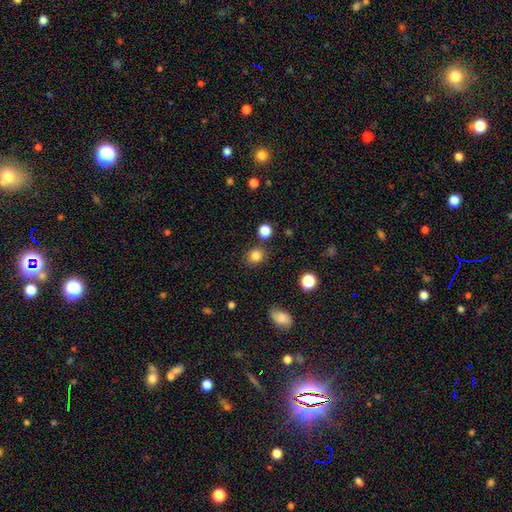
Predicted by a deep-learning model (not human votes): smooth 83%, star or artifact 12%, featured or disk 5%. Down the decision tree: how rounded — round (79%); merging — none (84%).